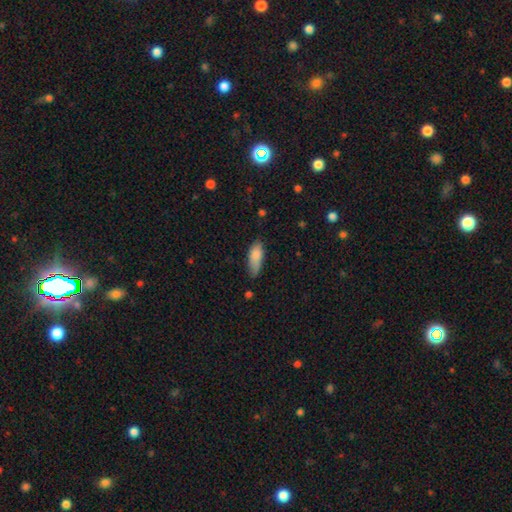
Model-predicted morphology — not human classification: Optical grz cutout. It shows a smooth galaxy with no disk features (84%) that is in between round and cigar-shaped (75%). Merging: none (61%).